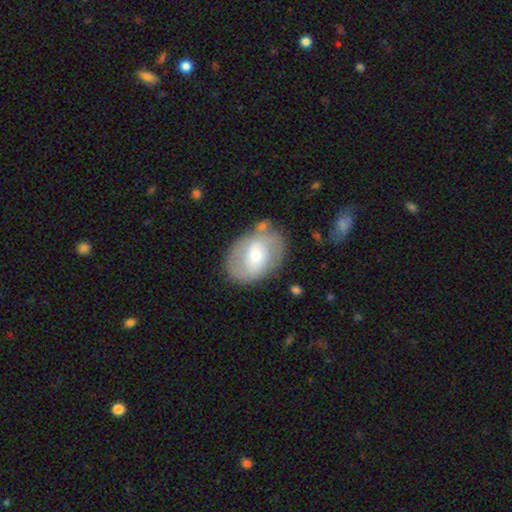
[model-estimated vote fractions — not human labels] A featured or disk galaxy (57%) with no bar (50%), spiral arms (59%) and a moderate central bulge (53%). Merging: none (73%).